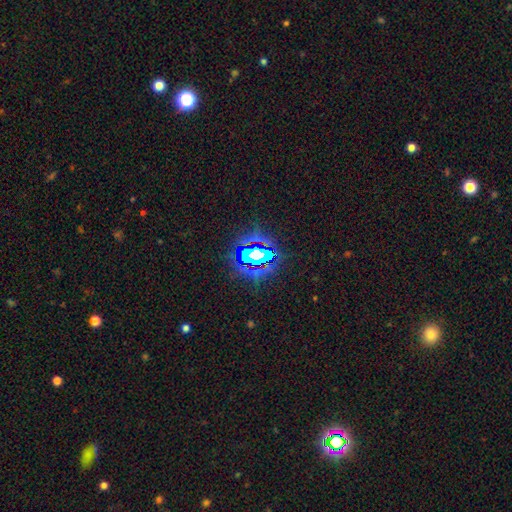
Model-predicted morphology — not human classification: star or artifact 68%, smooth 16%, featured or disk 15%.